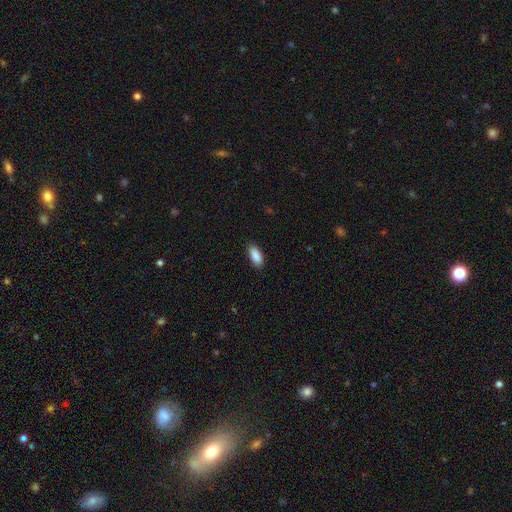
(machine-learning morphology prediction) Smooth or featured? Predicted: smooth (p=0.89). How rounded? Predicted: in between (p=0.86). Merging? Predicted: none (p=0.87).